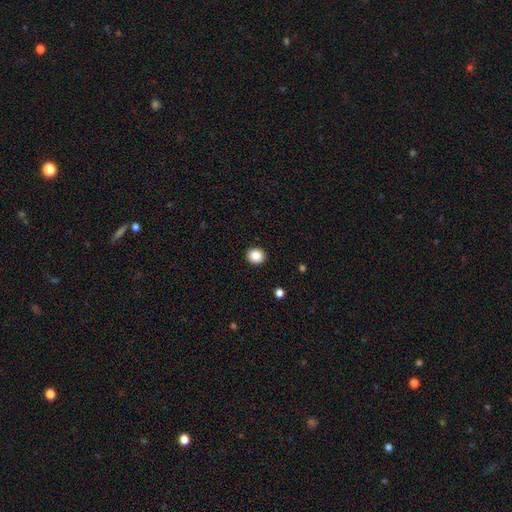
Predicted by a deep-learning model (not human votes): A smooth galaxy with no disk features (86%) that is round (81%). Merging: none (92%).